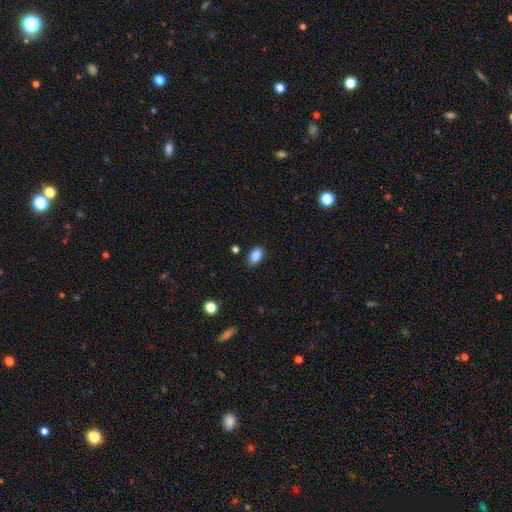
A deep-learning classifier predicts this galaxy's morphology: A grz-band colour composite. It shows a smooth galaxy with no disk features (88%) that is in between round and cigar-shaped (92%). Merging: none (82%).